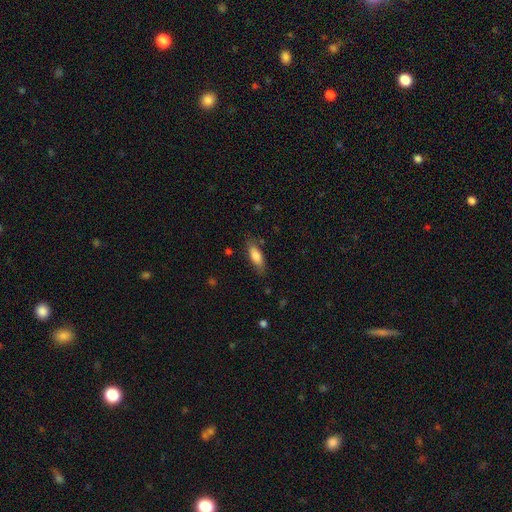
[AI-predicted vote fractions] This appears to be a smooth galaxy with no disk features (79%) that is in between round and cigar-shaped (67%). Merging: none (79%).